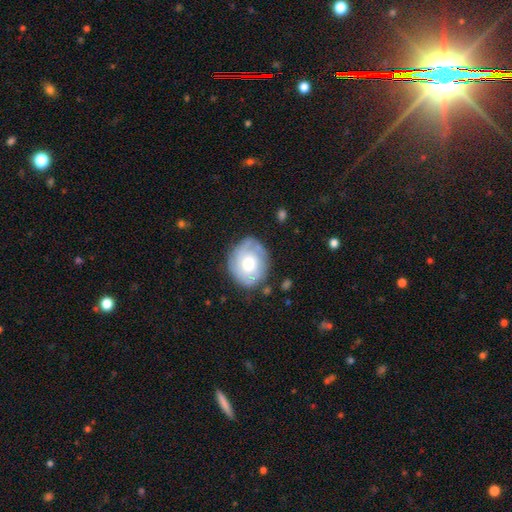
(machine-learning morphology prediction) type=featured or disk (53%); edge-on=no (97%); bar=no (79%); spiral arms=yes (72%); bulge=moderate (69%); merging=none (74%).